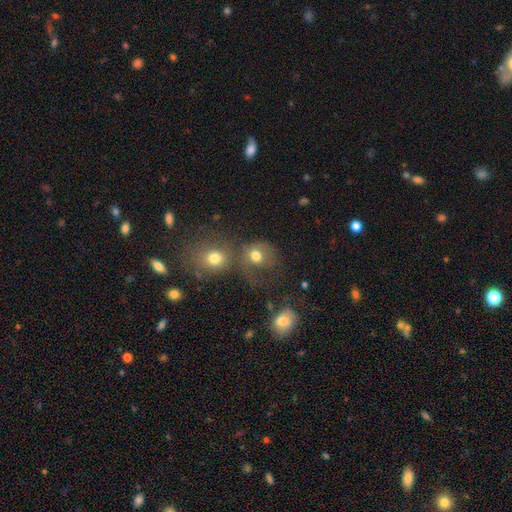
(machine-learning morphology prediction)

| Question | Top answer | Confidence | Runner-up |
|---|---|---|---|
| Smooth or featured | smooth | 70% | featured or disk (17%) |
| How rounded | round | 72% | in between (27%) |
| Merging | merger | 46% | none (30%) |